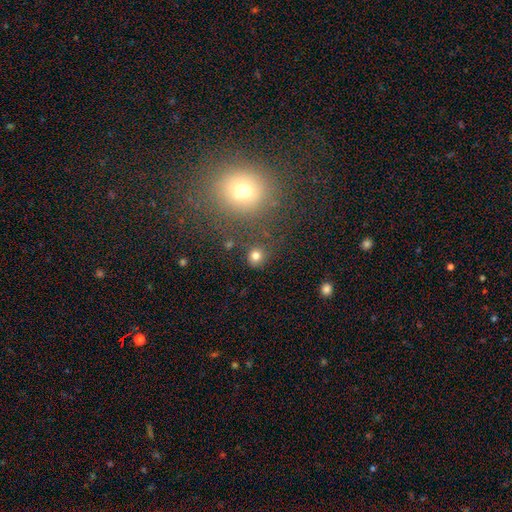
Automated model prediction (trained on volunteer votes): Overall: smooth (78%). How rounded: round (84%). Merging: none (81%).